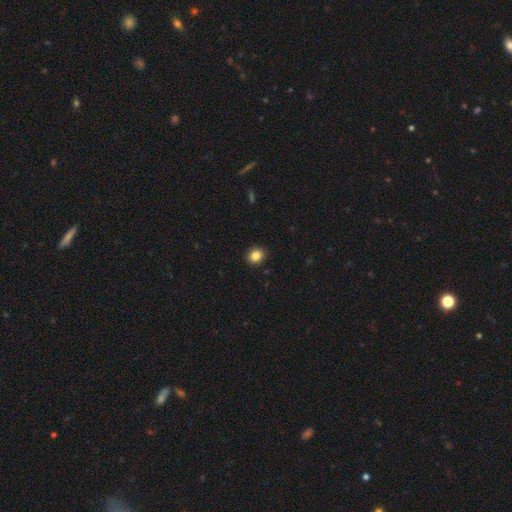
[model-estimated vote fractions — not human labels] Morphology: type=smooth (85%); roundness=round (73%); merging=none (92%).